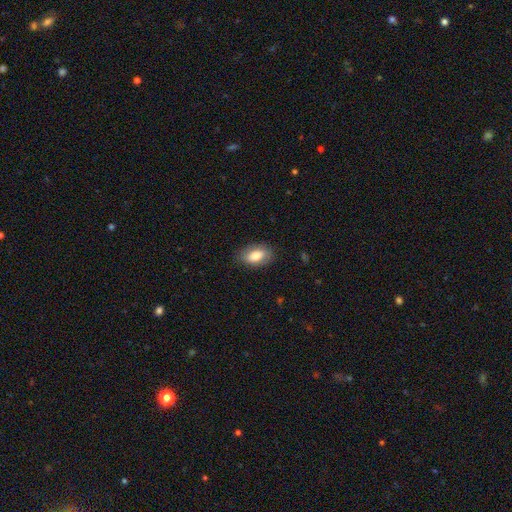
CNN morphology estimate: This is likely a smooth galaxy (77%). How rounded: clearly in between (90%). Merging: clearly none (82%).